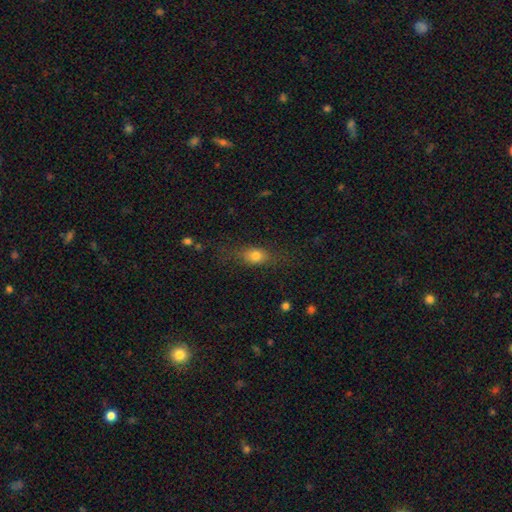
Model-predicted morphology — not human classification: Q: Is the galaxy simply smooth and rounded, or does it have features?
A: smooth — 74%.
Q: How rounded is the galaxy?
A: in between — 66%.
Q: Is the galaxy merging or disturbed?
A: none — 68%.